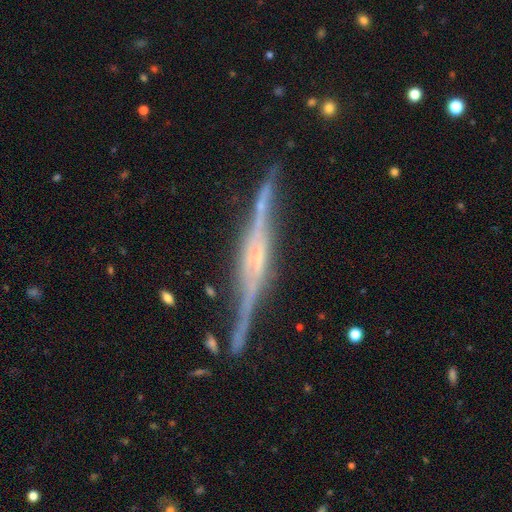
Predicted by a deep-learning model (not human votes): A featured or disk galaxy (86%) viewed edge-on (97%) with a boxy central bulge (39%). Merging: none (80%).